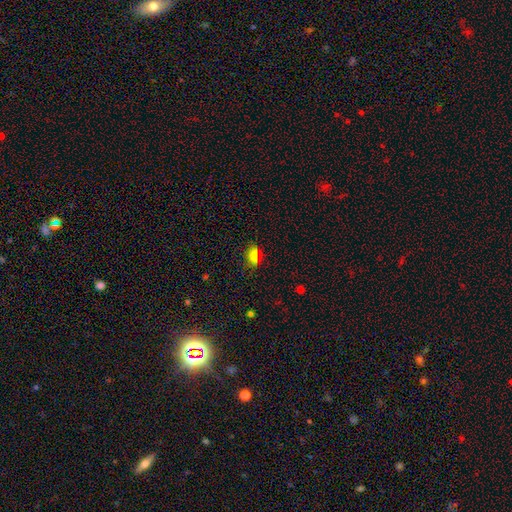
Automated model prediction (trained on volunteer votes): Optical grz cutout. It shows a smooth galaxy with no disk features (74%) that is in between round and cigar-shaped (82%). Merging: none (81%).